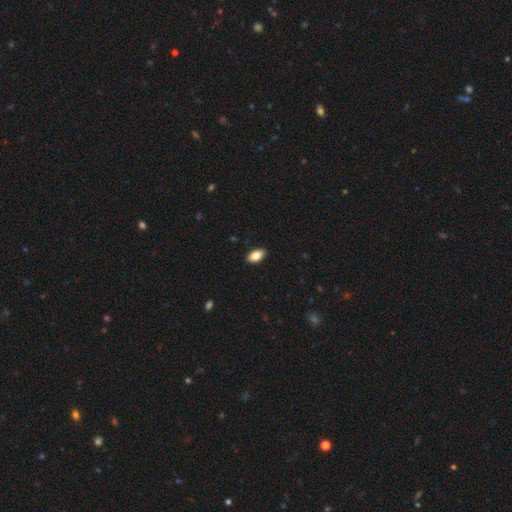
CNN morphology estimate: Q: Smooth or featured?
A: smooth (84%); runner-up: featured or disk (9%)
Q: How rounded?
A: in between (92%); runner-up: cigar-shaped (4%)
Q: Merging?
A: none (90%); runner-up: minor disturbance (8%)